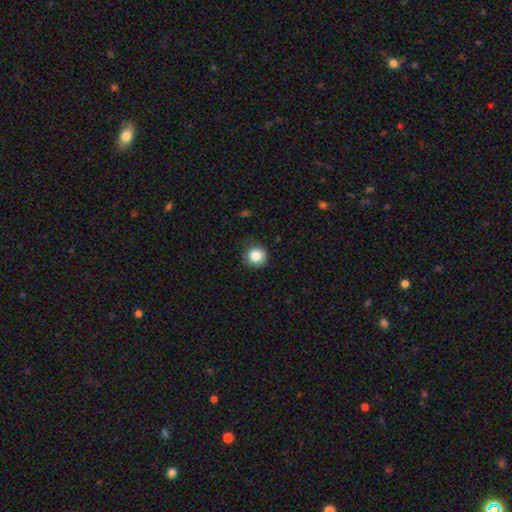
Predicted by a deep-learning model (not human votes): smooth-or-featured: smooth: 85% | star or artifact: 10% | featured or disk: 5%
  how-rounded: round: 93% | in between: 6% | cigar-shaped: 1%
  merging: none: 84% | minor disturbance: 12% | major disturbance: 3% | merger: 1%